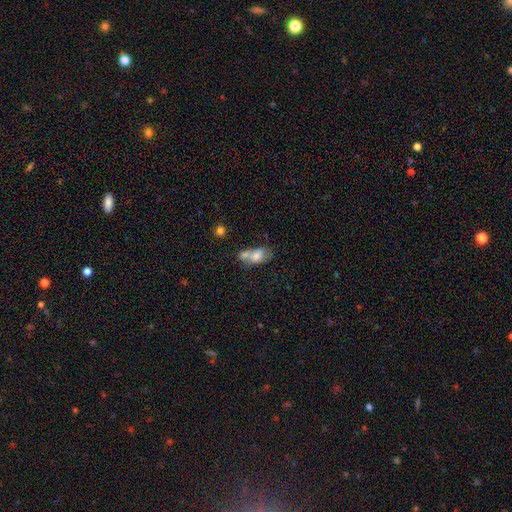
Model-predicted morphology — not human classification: The model was most divided on "merging": merger: 57%, none: 24%, minor disturbance: 12%, major disturbance: 6%. More confident: how rounded — in between (79%); smooth or featured — smooth (69%).